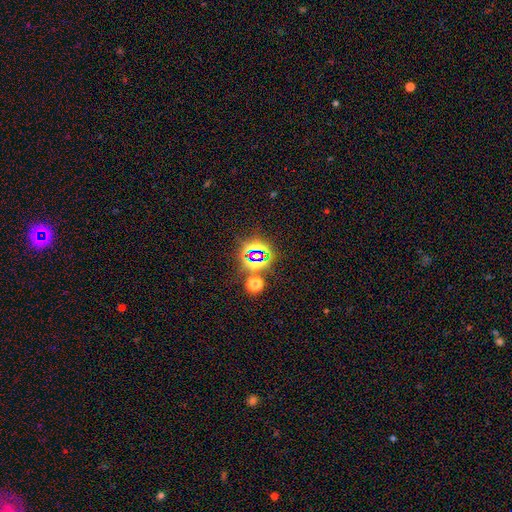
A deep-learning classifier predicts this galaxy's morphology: This is likely a star or artifact rather than a galaxy (73%).